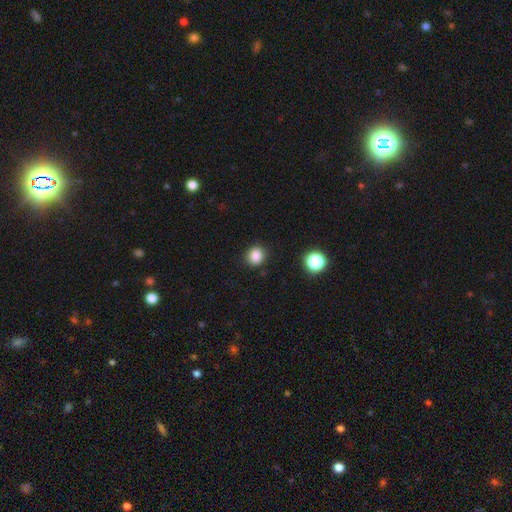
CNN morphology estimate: smooth 85%, star or artifact 12%, featured or disk 4%. Down the decision tree: how rounded — round (81%); merging — none (87%).